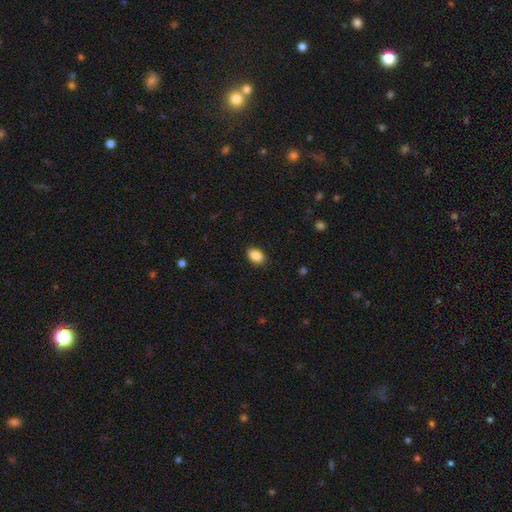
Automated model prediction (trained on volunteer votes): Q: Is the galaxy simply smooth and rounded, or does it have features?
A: smooth — 89%.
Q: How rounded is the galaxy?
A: in between — 82%.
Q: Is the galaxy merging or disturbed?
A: none — 87%.